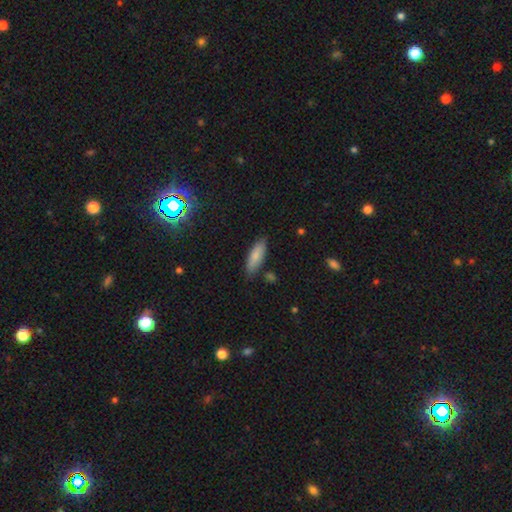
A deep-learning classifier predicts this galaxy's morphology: Overall: smooth (83%). How rounded: in between (57%; cigar-shaped 41%). Merging: none (83%).